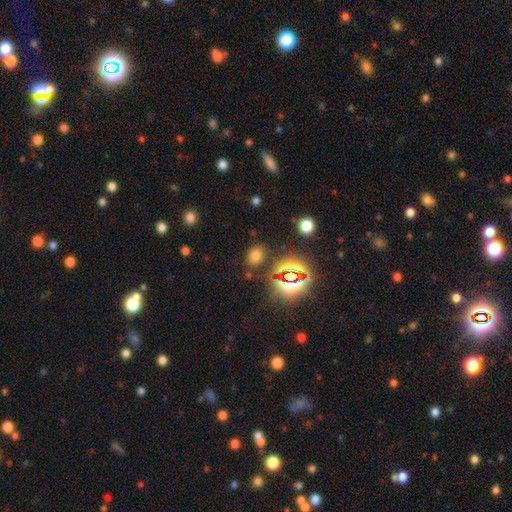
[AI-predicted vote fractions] smooth-or-featured: smooth: 63% | star or artifact: 30% | featured or disk: 6%
  how-rounded: in between: 62% | round: 37% | cigar-shaped: 1%
  merging: none: 82% | minor disturbance: 10% | major disturbance: 4% | merger: 4%